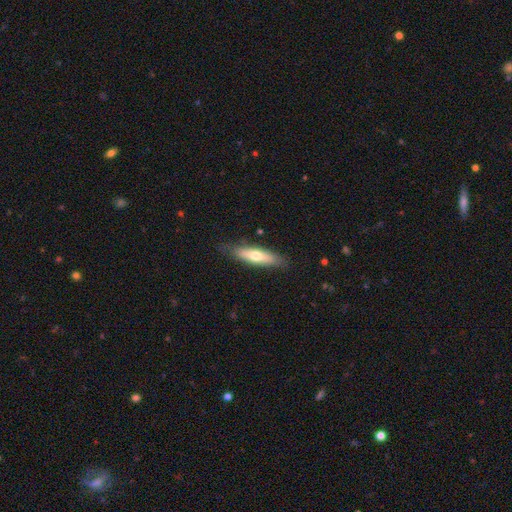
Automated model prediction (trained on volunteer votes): Q: Smooth or featured?
A: smooth (61%); runner-up: featured or disk (33%)
Q: How rounded?
A: cigar-shaped (66%); runner-up: in between (33%)
Q: Merging?
A: none (82%); runner-up: minor disturbance (14%)